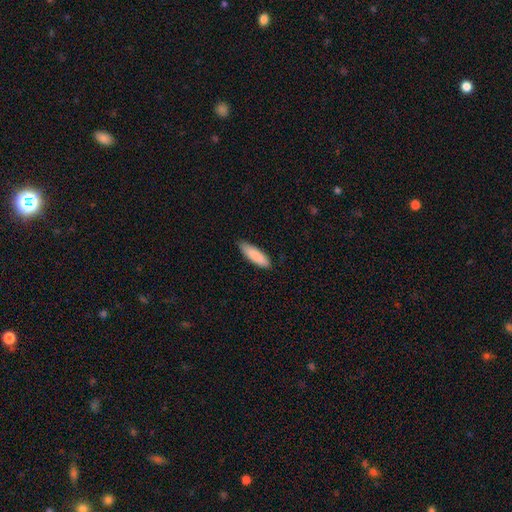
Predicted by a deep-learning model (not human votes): Smooth or featured: smooth — 88% (featured or disk — 7%)
How rounded: cigar-shaped — 55% (in between — 43%)
Merging: none — 79% (minor disturbance — 17%)